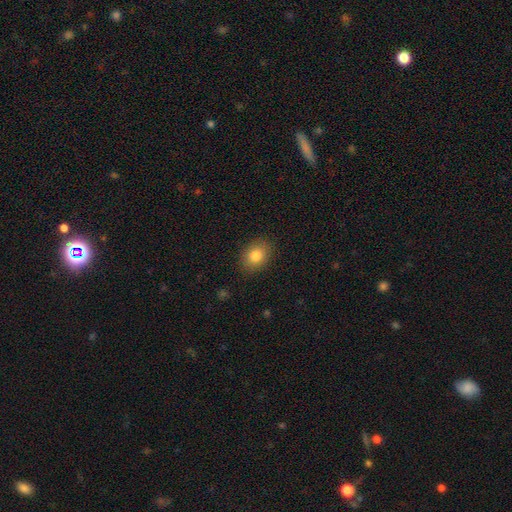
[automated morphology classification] This appears to be a smooth galaxy with no disk features (83%) that is in between round and cigar-shaped (64%). Merging: none (87%).